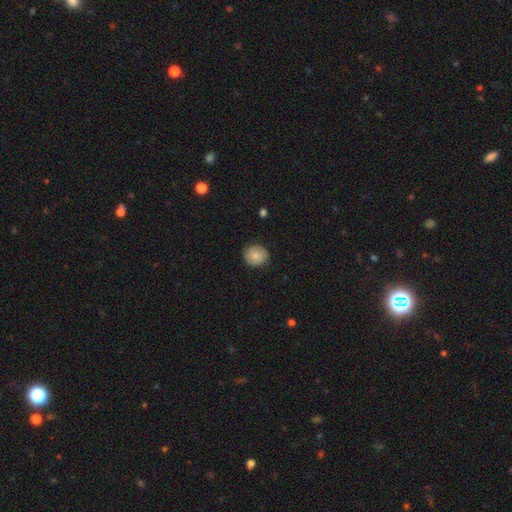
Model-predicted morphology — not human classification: smooth-or-featured: smooth: 68% | featured or disk: 25% | star or artifact: 8%
  how-rounded: round: 88% | in between: 11% | cigar-shaped: 1%
  merging: none: 84% | minor disturbance: 12% | major disturbance: 3% | merger: 1%